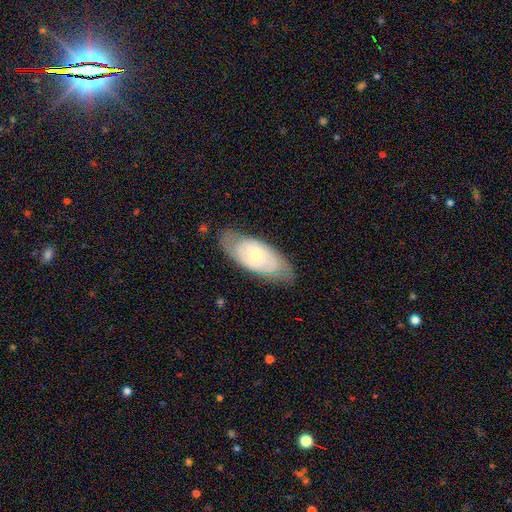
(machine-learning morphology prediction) The model was most divided on "smooth or featured": featured or disk: 55%, smooth: 39%, star or artifact: 6%. More confident: edge-on disk — no (88%); merging — none (73%).